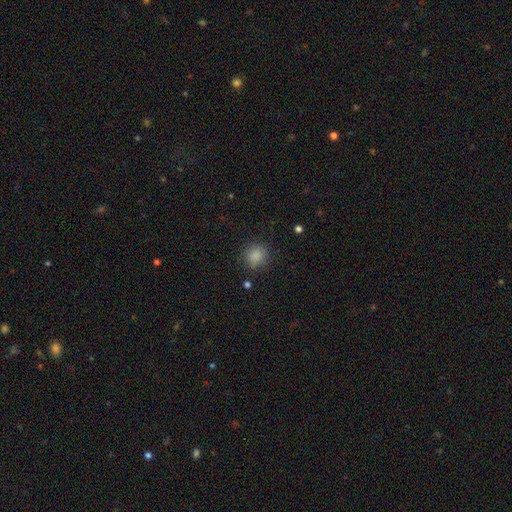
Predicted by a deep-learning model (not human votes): The model was most divided on "how rounded": round: 86%, in between: 13%, cigar-shaped: 1%. More confident: smooth or featured — smooth (86%); merging — none (84%).